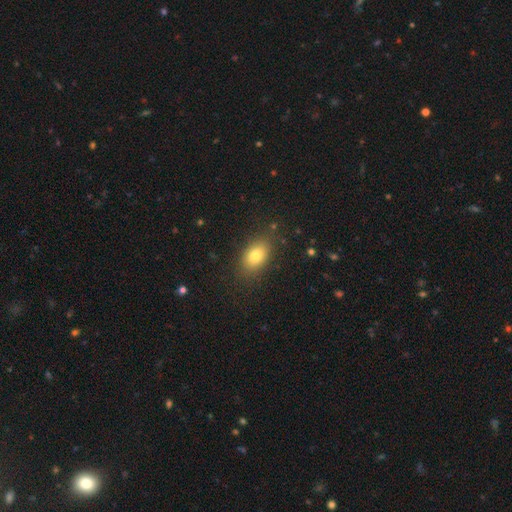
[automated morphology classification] This is likely a smooth galaxy (78%). How rounded: clearly in between (82%). Merging: clearly none (84%).